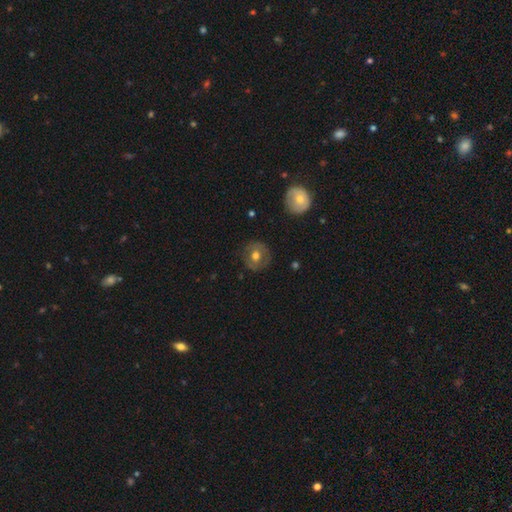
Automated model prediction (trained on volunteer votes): smooth_or_featured: smooth (p=0.57) [alt: featured or disk p=0.35]
how_rounded: round (p=0.88) [alt: in between p=0.11]
merging: none (p=0.83) [alt: minor disturbance p=0.12]